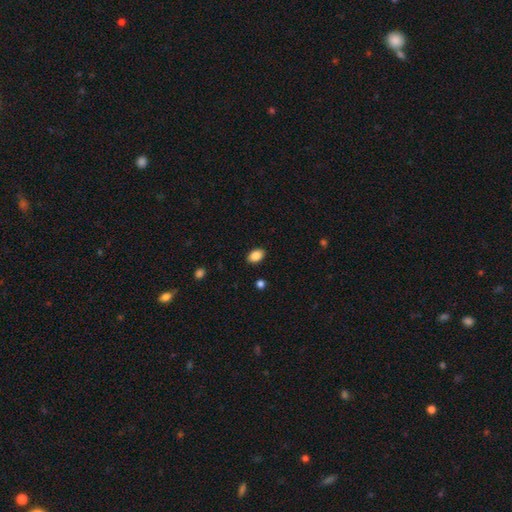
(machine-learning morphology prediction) Smooth or featured?
  - smooth: 87% *
  - star or artifact: 8%
  - featured or disk: 5%
How rounded?
  - in between: 87% *
  - round: 12%
  - cigar-shaped: 1%
Merging?
  - none: 88% *
  - minor disturbance: 8%
  - major disturbance: 2%
  - merger: 1%